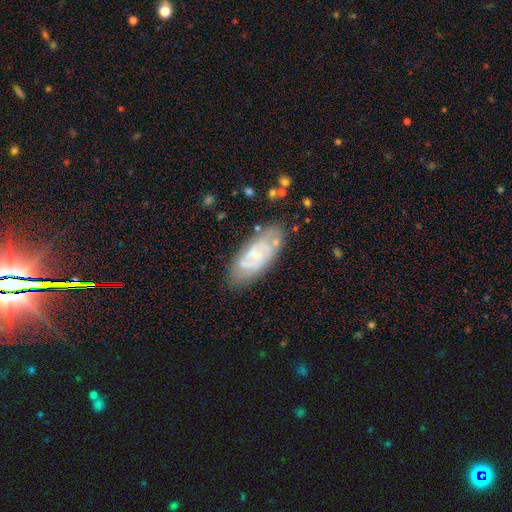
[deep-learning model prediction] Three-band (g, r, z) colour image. It shows a featured or disk galaxy (65%) with no bar (55%), spiral arms (76%) and a small central bulge (68%). Merging: none (73%).